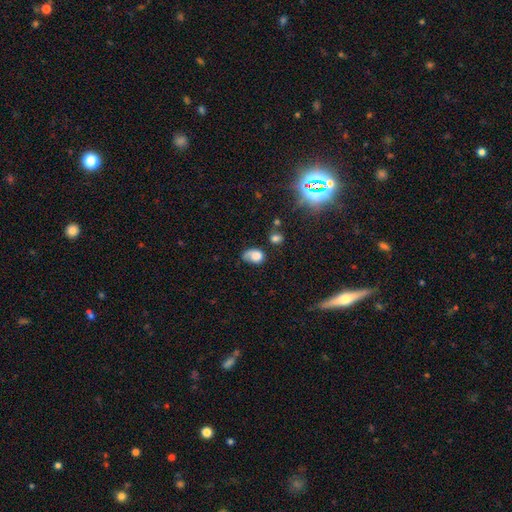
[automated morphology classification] Smooth or featured? smooth (69%)
How rounded? in between (72%)
Merging? none (37%)